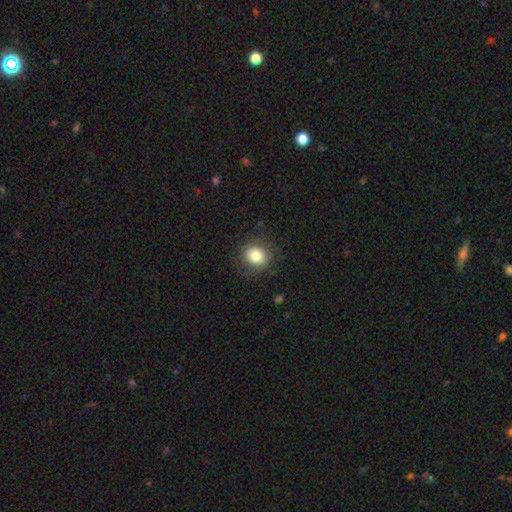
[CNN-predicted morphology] smooth_or_featured: smooth (p=0.82) [alt: star or artifact p=0.11]
how_rounded: round (p=0.83) [alt: in between p=0.16]
merging: none (p=0.87) [alt: minor disturbance p=0.09]